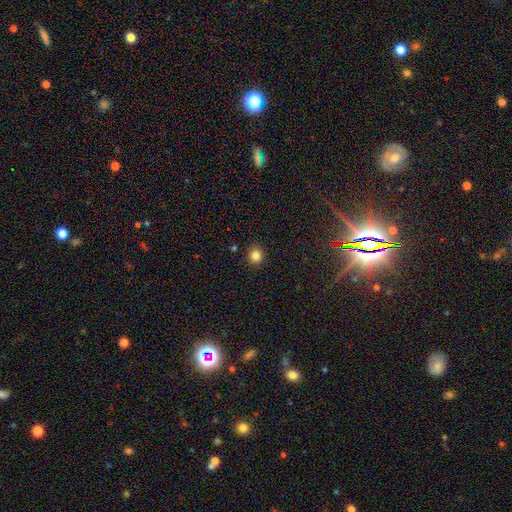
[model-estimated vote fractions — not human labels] Smooth or featured? Predicted: smooth (p=0.84). How rounded? Predicted: round (p=0.85). Merging? Predicted: none (p=0.87).